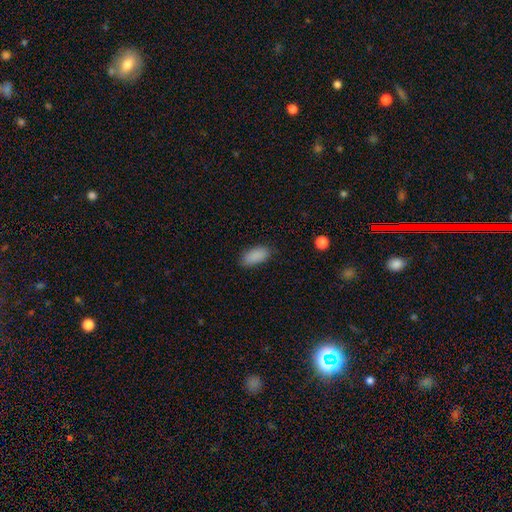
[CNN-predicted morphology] The model was most divided on "merging": none: 84%, minor disturbance: 12%, major disturbance: 3%, merger: 1%. More confident: smooth or featured — smooth (89%); how rounded — in between (88%).